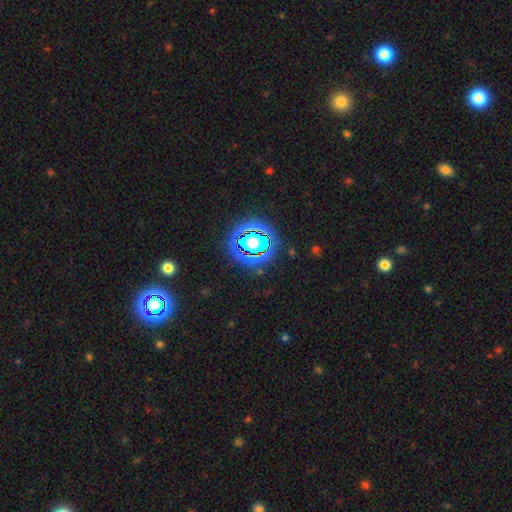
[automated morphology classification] Smooth or featured? star or artifact (80%)